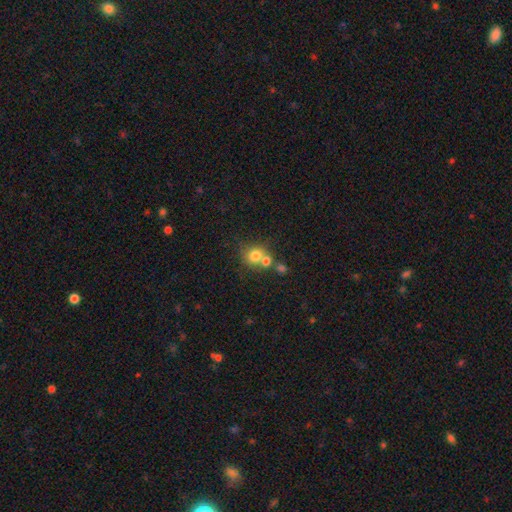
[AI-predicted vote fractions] Smooth or featured? Predicted: smooth (p=0.74). How rounded? Predicted: round (p=0.78). Merging? Predicted: merger (p=0.45).